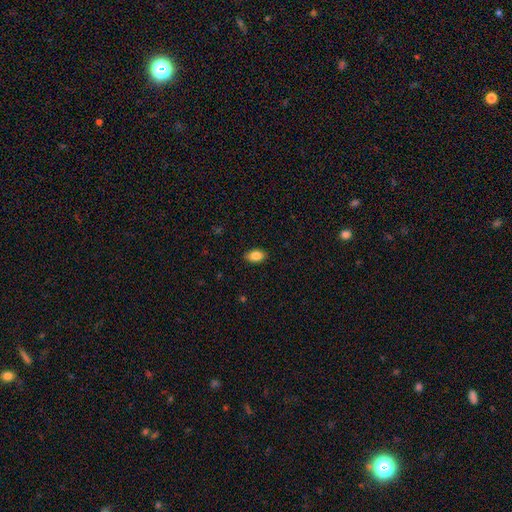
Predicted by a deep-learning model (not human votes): This appears to be a smooth galaxy with no disk features (86%) that is in between round and cigar-shaped (87%). Merging: none (87%).